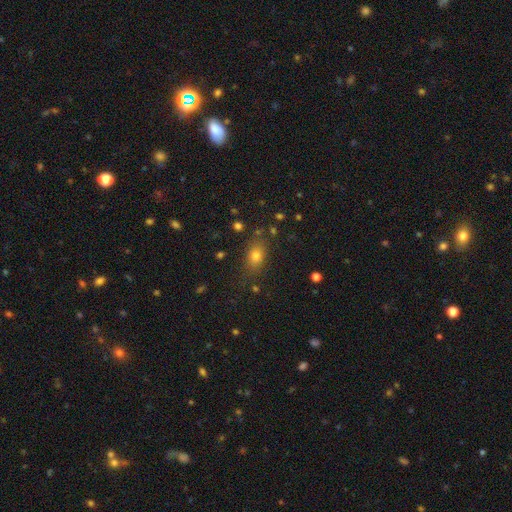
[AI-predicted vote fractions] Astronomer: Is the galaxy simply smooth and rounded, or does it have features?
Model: smooth — 73%.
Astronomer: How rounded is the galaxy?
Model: in between — 68%.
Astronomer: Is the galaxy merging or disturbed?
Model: none — 78%.